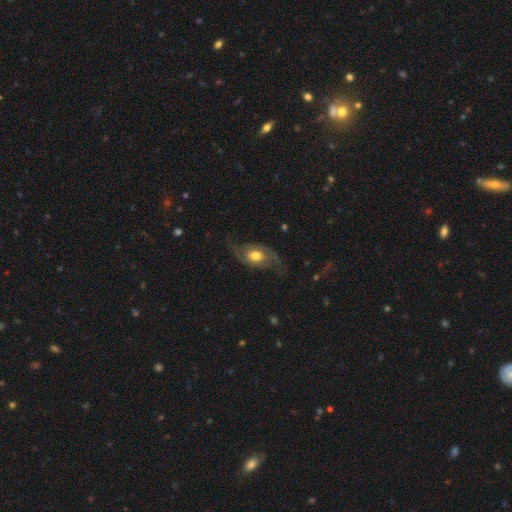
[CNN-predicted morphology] A featured or disk galaxy (73%) with no bar (68%), 2 (90%) loose (55%) spiral arms (89%) and a moderate central bulge (68%). Merging: none (65%).